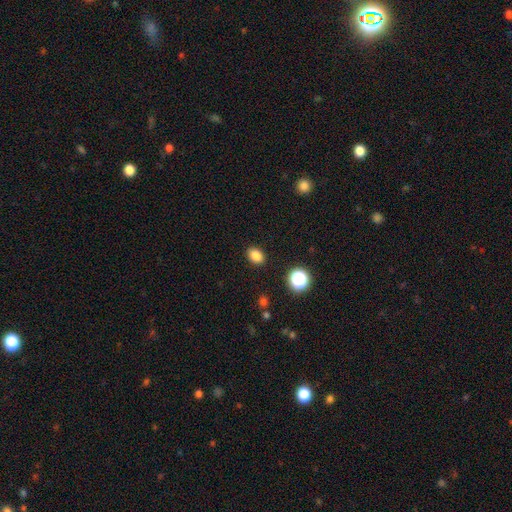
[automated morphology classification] A smooth galaxy with no disk features (84%) that is in between round and cigar-shaped (68%).

Vote fractions:
- Smooth or featured? smooth: 84% / star or artifact: 12% / featured or disk: 4%
- How rounded? in between: 68% / round: 31% / cigar-shaped: 1%
- Merging? none: 89% / minor disturbance: 8% / major disturbance: 2% / merger: 1%